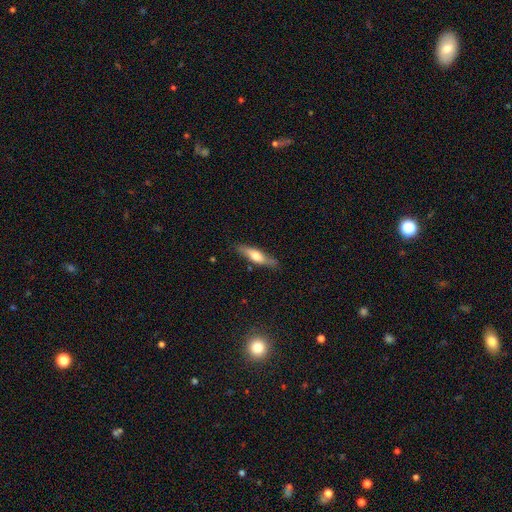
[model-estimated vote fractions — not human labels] Overall: smooth (50%; featured or disk 44%). How rounded: cigar-shaped (74%). Merging: none (81%).